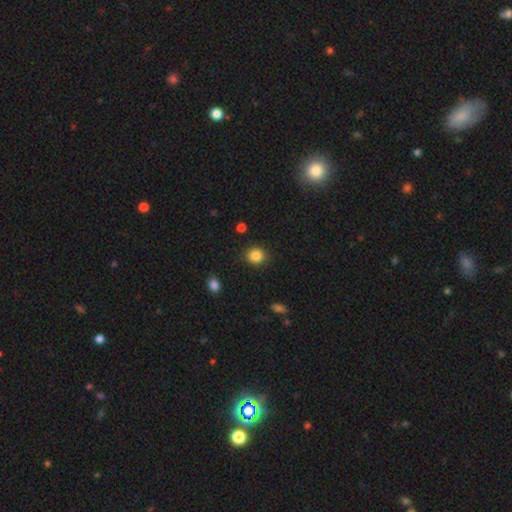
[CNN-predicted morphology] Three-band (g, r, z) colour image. It shows a smooth galaxy with no disk features (85%) that is round (79%). Merging: none (88%).